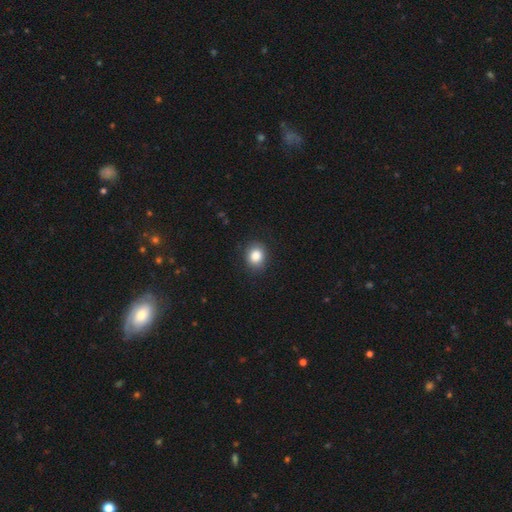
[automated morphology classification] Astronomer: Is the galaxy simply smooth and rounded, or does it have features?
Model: smooth — 86%.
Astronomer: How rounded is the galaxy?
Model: round — 61% (runner-up: in between, 39%).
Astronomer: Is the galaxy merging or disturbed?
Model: none — 85%.